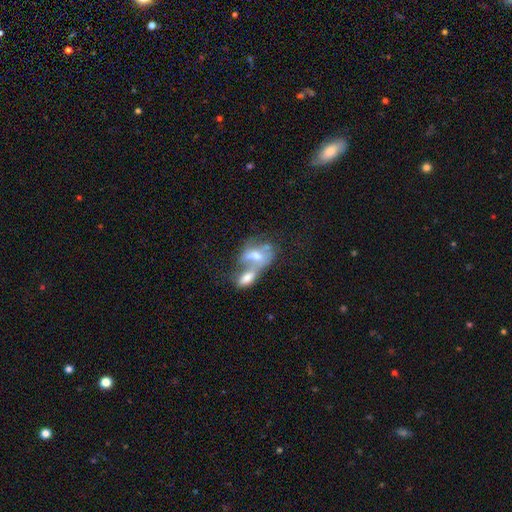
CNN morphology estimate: smooth_or_featured: featured or disk (p=0.47) [alt: smooth p=0.44]
merging: merger (p=0.71) [alt: none p=0.12]